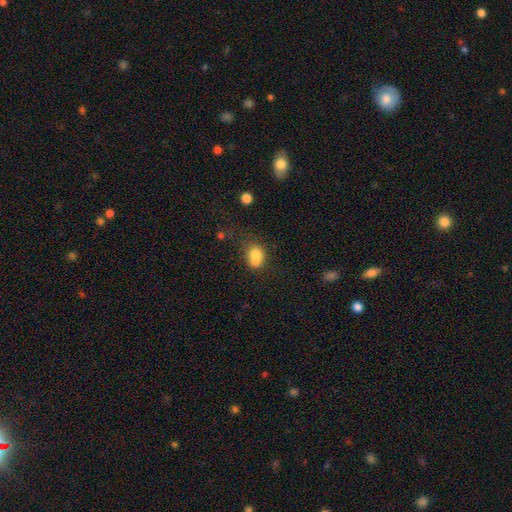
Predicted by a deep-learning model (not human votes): A smooth galaxy with no disk features (77%) that is in between round and cigar-shaped (61%).

Vote fractions:
- Smooth or featured? smooth: 77% / featured or disk: 12% / star or artifact: 11%
- How rounded? in between: 61% / round: 37% / cigar-shaped: 2%
- Merging? none: 36% / merger: 29% / minor disturbance: 24% / major disturbance: 12%